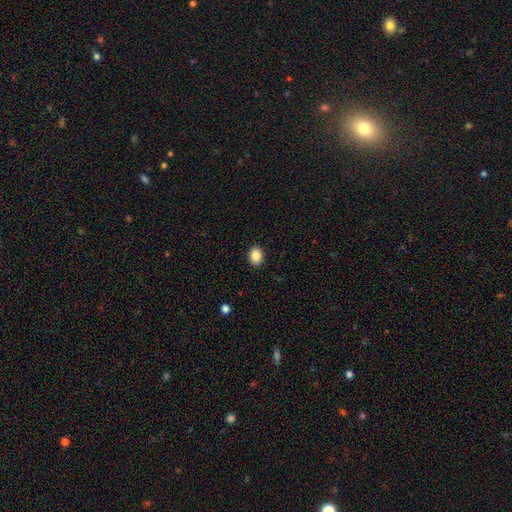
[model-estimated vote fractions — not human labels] This is clearly a smooth galaxy (87%). How rounded: possibly in between (51%). Merging: clearly none (91%).